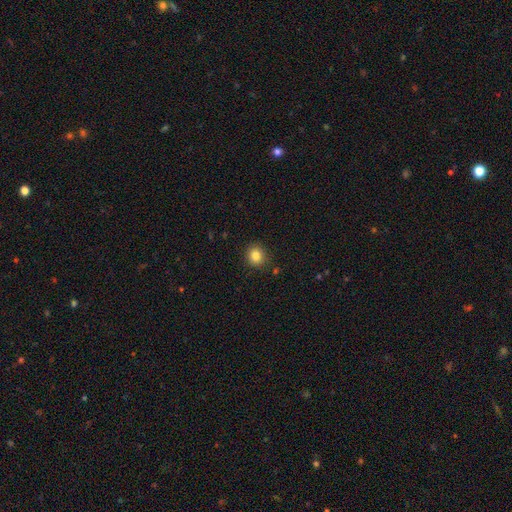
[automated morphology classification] This is clearly a smooth galaxy (84%). How rounded: clearly round (84%). Merging: clearly none (89%).